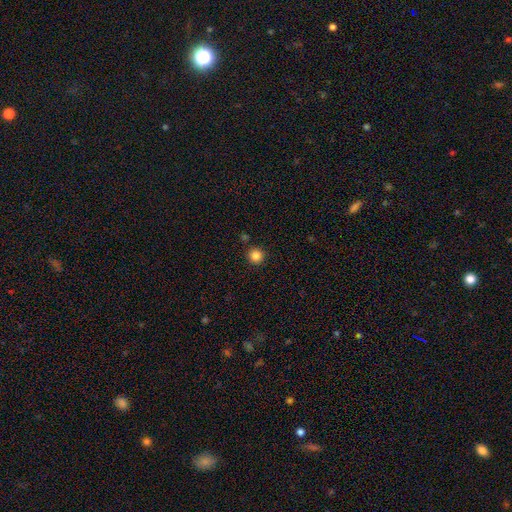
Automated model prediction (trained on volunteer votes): The model was most divided on "smooth or featured": smooth: 85%, star or artifact: 12%, featured or disk: 3%. More confident: how rounded — round (95%); merging — none (90%).